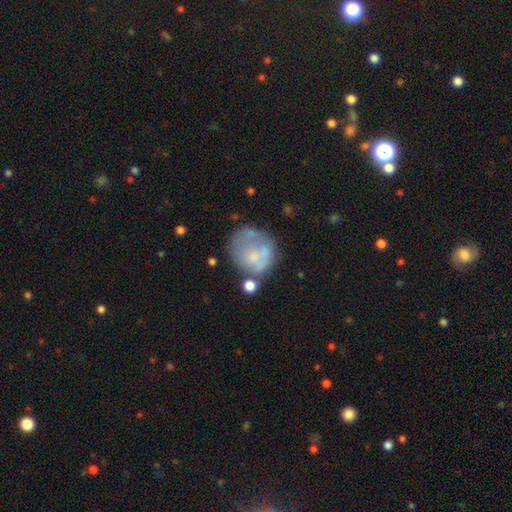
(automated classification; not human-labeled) Q: Smooth or featured?
A: smooth (52%); runner-up: featured or disk (38%)
Q: How rounded?
A: round (78%); runner-up: in between (21%)
Q: Merging?
A: none (46%); runner-up: minor disturbance (24%)